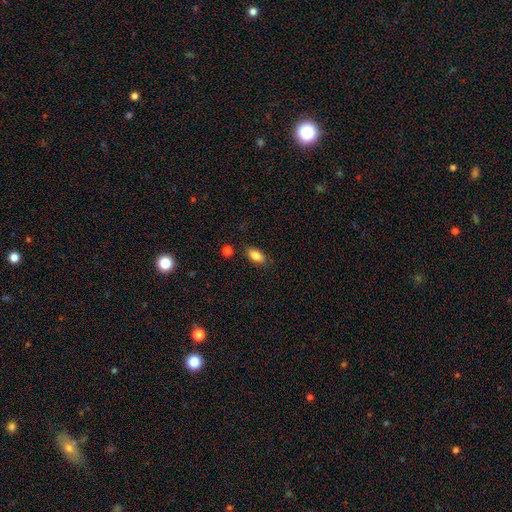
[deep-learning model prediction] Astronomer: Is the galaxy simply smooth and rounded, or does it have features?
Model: smooth — 84%.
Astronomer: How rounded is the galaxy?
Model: in between — 89%.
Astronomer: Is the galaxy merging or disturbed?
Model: none — 82%.